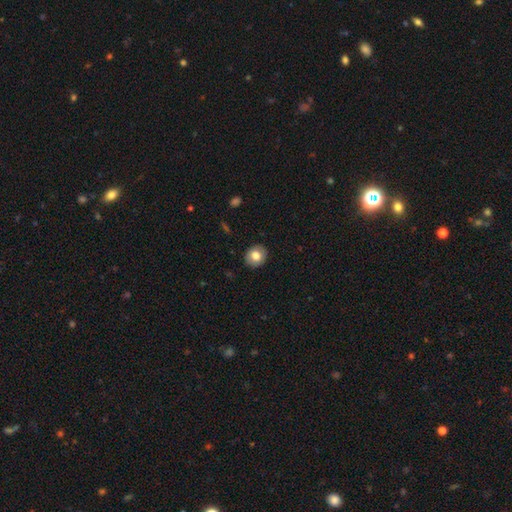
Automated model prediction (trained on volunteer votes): smooth_or_featured: smooth (p=0.78) [alt: featured or disk p=0.14]
how_rounded: round (p=0.70) [alt: in between p=0.29]
merging: none (p=0.90) [alt: minor disturbance p=0.08]